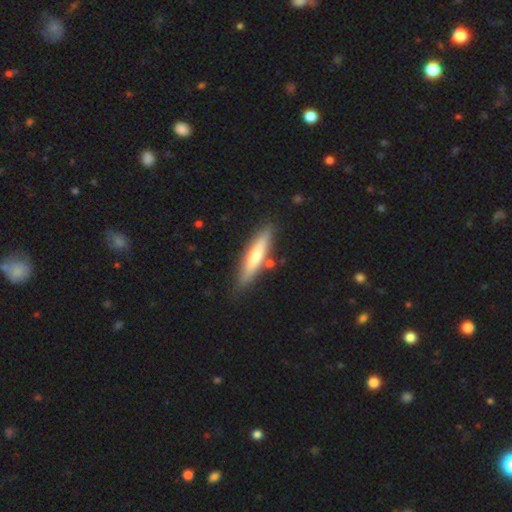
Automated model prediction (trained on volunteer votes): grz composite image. It shows a smooth galaxy with no disk features (58%) that is cigar-shaped (88%). Merging: none (84%).